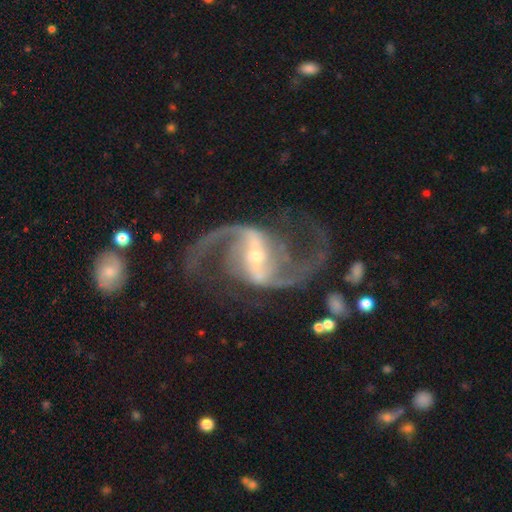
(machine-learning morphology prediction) smooth-or-featured: featured or disk: 93% | star or artifact: 5% | smooth: 2%
  disk-edge-on: no: 98% | yes: 2%
    bar: strong: 55% | weak: 33% | no: 12%
    has-spiral-arms: yes: 98% | no: 2%
      spiral-winding: loose: 48% | medium: 46% | tight: 7%
      spiral-arm-count: 2: 94% | 3: 1% | can't tell: 1% | 1: 1% | 4: 1% | more than 4: 1%
    bulge-size: small: 64% | moderate: 31% | large: 2% | none: 1% | dominant: 1%
  merging: none: 77% | minor disturbance: 11% | major disturbance: 9% | merger: 2%